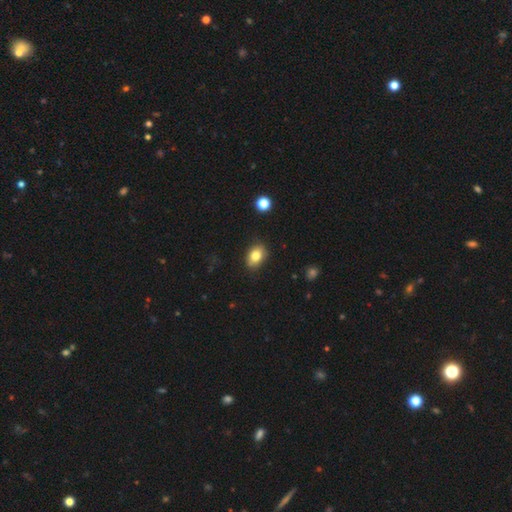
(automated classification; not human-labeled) smooth_or_featured: smooth (p=0.82) [alt: featured or disk p=0.10]
how_rounded: in between (p=0.80) [alt: round p=0.19]
merging: none (p=0.83) [alt: minor disturbance p=0.13]